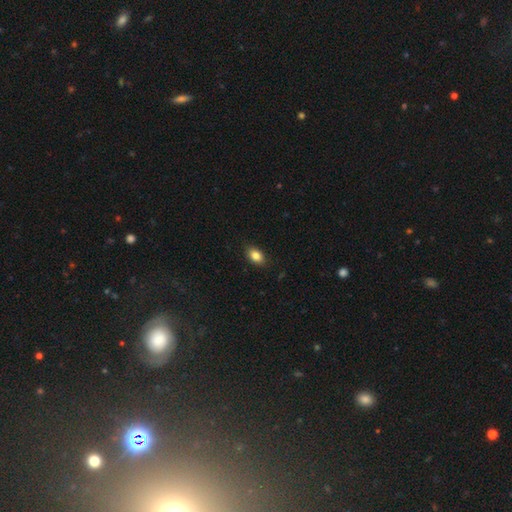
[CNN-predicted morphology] A smooth galaxy with no disk features (84%) that is in between round and cigar-shaped (84%). Merging: none (87%).